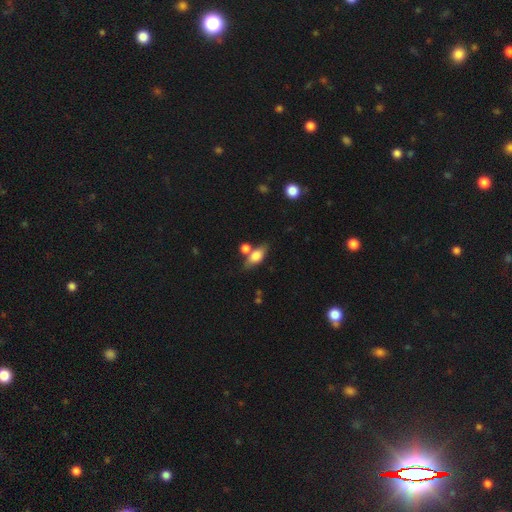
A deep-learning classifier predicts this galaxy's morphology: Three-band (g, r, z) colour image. It shows a smooth galaxy with no disk features (71%) that is in between round and cigar-shaped (78%). Merging: none (58%).